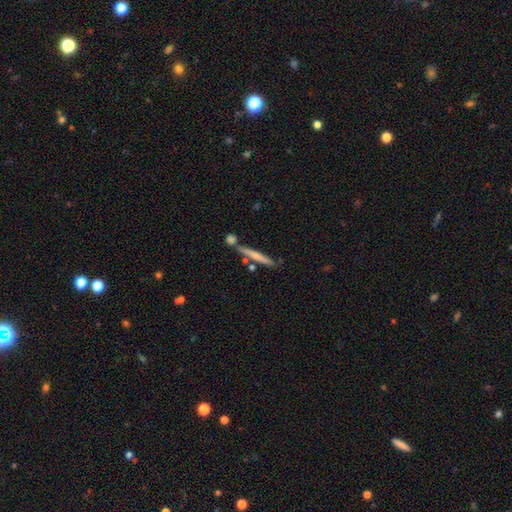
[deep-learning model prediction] smooth_or_featured: smooth (p=0.57) [alt: featured or disk p=0.36]
how_rounded: cigar-shaped (p=0.95) [alt: in between p=0.04]
merging: none (p=0.73) [alt: merger p=0.12]